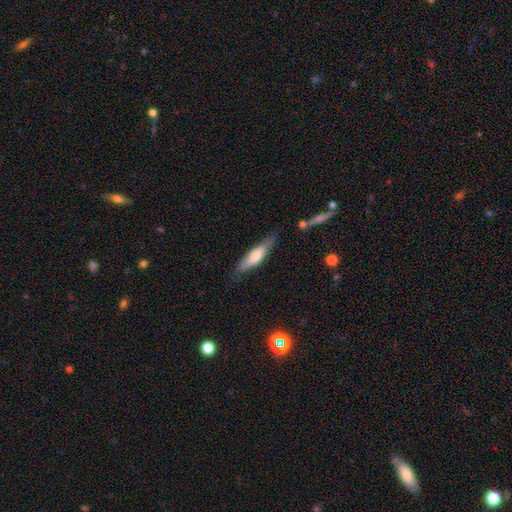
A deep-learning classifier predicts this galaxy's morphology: Smooth or featured?
  - smooth: 60% *
  - featured or disk: 34%
  - star or artifact: 6%
How rounded?
  - cigar-shaped: 70% *
  - in between: 28%
  - round: 2%
Merging?
  - none: 71% *
  - minor disturbance: 22%
  - major disturbance: 5%
  - merger: 3%